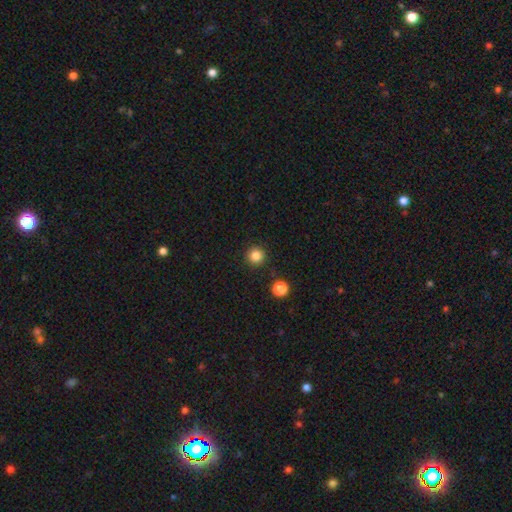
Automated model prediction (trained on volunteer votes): A smooth galaxy with no disk features (84%) that is round (96%). Merging: none (91%).